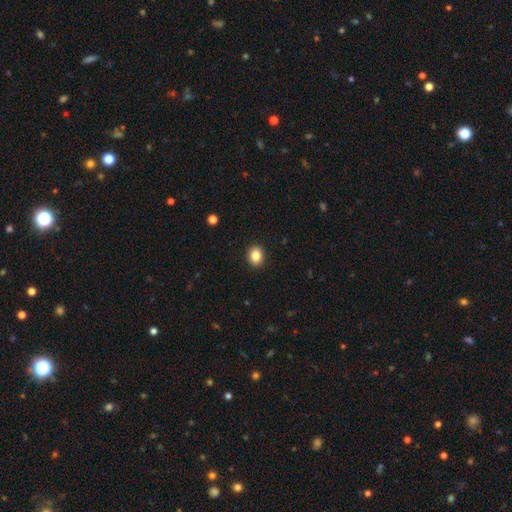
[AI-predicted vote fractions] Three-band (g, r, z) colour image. It shows a smooth galaxy with no disk features (85%) that is round (55%). Merging: none (91%).